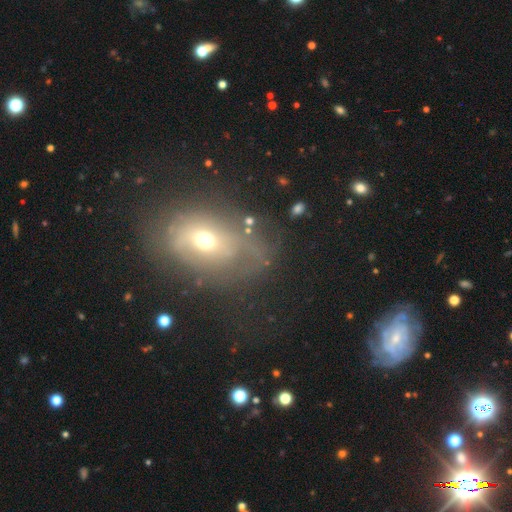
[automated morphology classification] The model was most divided on "smooth or featured": smooth: 44%, featured or disk: 38%, star or artifact: 17%. Remaining: merging — none (45%).